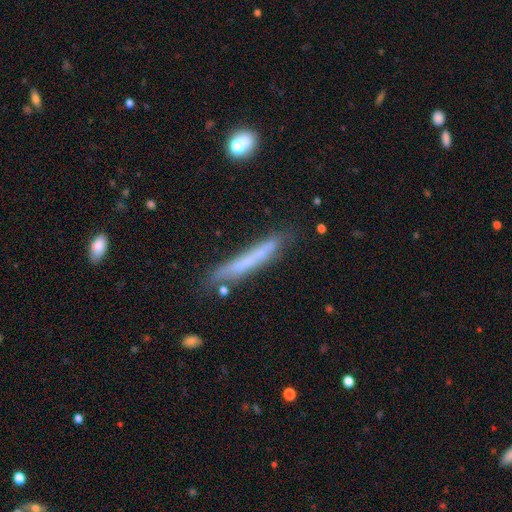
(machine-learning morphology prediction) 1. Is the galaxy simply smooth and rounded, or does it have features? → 57% smooth, 35% featured or disk, 8% star or artifact.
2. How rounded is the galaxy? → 95% cigar-shaped, 3% in between, 1% round.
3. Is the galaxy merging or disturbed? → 74% none, 18% minor disturbance, 4% major disturbance, 4% merger.